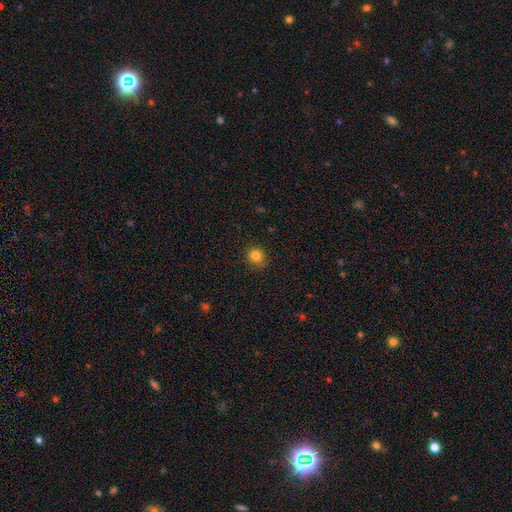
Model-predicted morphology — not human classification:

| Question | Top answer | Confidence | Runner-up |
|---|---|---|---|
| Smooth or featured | smooth | 83% | star or artifact (12%) |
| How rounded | round | 88% | in between (12%) |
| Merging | none | 84% | minor disturbance (12%) |